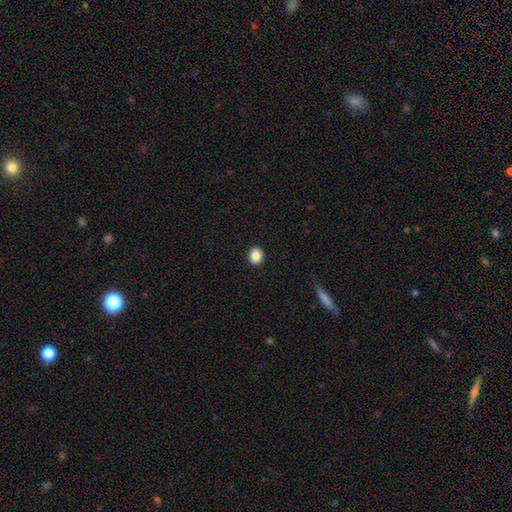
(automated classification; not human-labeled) This is clearly a smooth galaxy (88%). How rounded: likely round (70%). Merging: clearly none (92%).